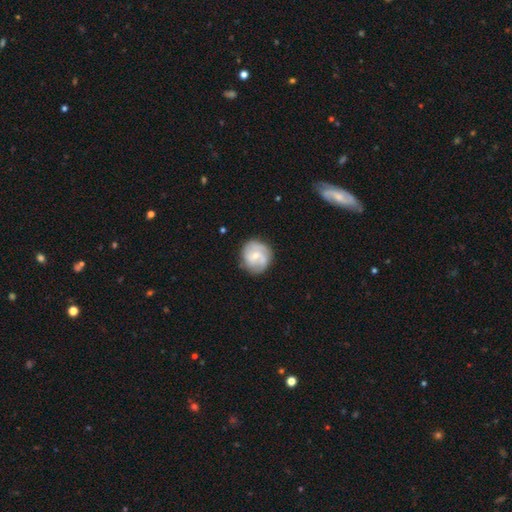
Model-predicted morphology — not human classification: A featured or disk galaxy (66%) with no bar (54%), 2 (46%) tight (43%) spiral arms (90%) and a small central bulge (55%).

Vote fractions:
- Smooth or featured? featured or disk: 66% / smooth: 28% / star or artifact: 6%
- Edge-on disk? no: 98% / yes: 2%
- Bar? no: 54% / weak: 39% / strong: 7%
- Spiral arms? yes: 90% / no: 10%
- Spiral winding? tight: 43% / medium: 42% / loose: 15%
- Spiral arm count? 2: 46% / 3: 23% / can't tell: 20% / 1: 5% / 4: 4% / more than 4: 3%
- Bulge size? small: 55% / moderate: 40% / none: 2% / large: 2% / dominant: 1%
- Merging? none: 78% / minor disturbance: 16% / major disturbance: 5% / merger: 1%